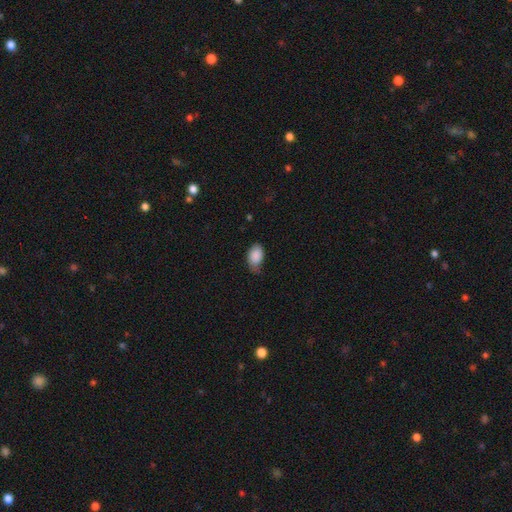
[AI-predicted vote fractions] Morphology: type=smooth (87%); roundness=in between (89%); merging=none (49%).